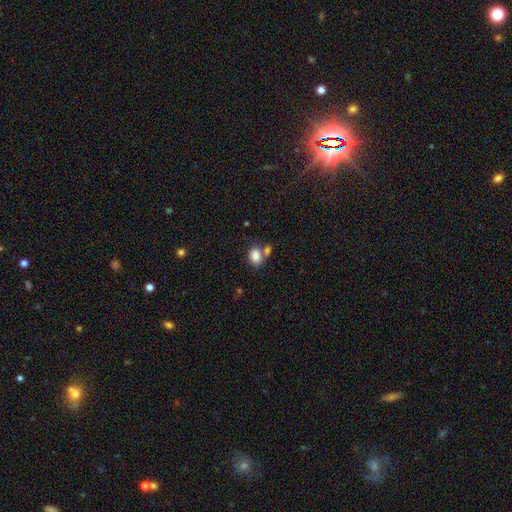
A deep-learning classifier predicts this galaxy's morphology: A smooth galaxy with no disk features (85%) that is in between round and cigar-shaped (69%).

Vote fractions:
- Smooth or featured? smooth: 85% / star or artifact: 9% / featured or disk: 7%
- How rounded? in between: 69% / round: 29% / cigar-shaped: 1%
- Merging? none: 47% / merger: 34% / minor disturbance: 13% / major disturbance: 5%